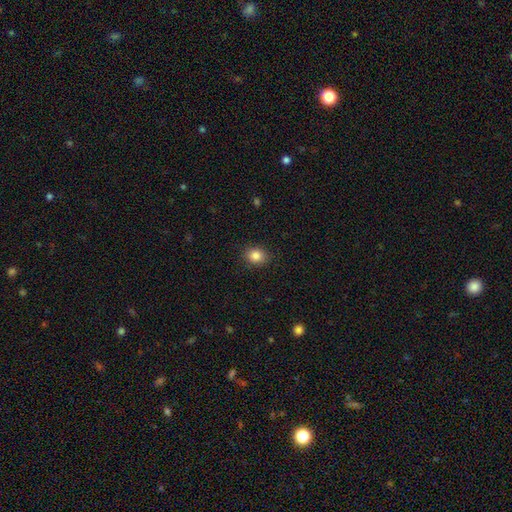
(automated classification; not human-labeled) Smooth or featured: smooth — 85% (star or artifact — 10%)
How rounded: round — 57% (in between — 42%)
Merging: none — 89% (minor disturbance — 8%)